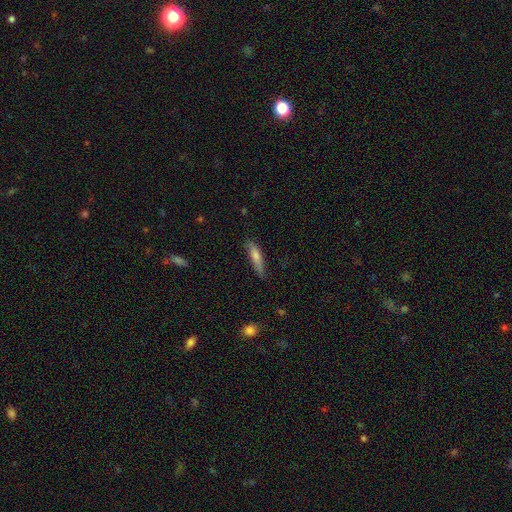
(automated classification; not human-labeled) A smooth galaxy with no disk features (70%) that is cigar-shaped (83%). Merging: none (78%).